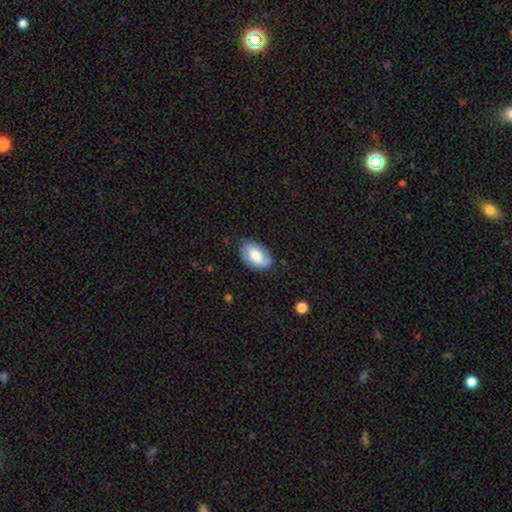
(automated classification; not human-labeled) This is likely a smooth galaxy (60%). How rounded: clearly in between (92%). Merging: likely none (76%).